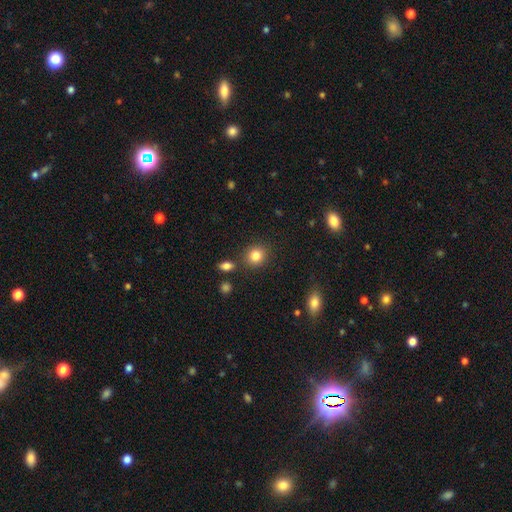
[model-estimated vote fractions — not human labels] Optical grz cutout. It shows a smooth galaxy with no disk features (84%) that is round (80%). Merging: none (84%).